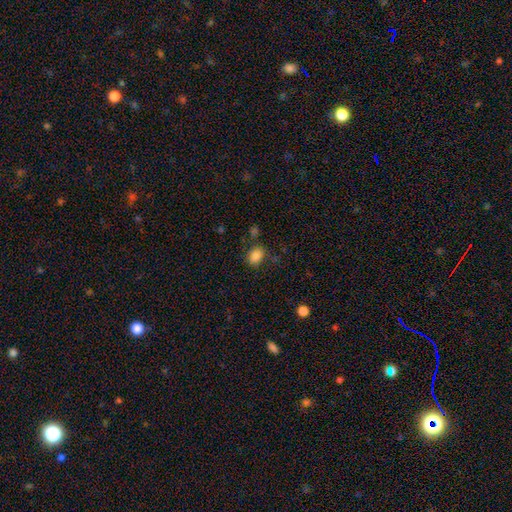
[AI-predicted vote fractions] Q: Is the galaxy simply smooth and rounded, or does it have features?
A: smooth — 85%.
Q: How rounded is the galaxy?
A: in between — 68%.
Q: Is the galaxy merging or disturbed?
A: none — 75%.